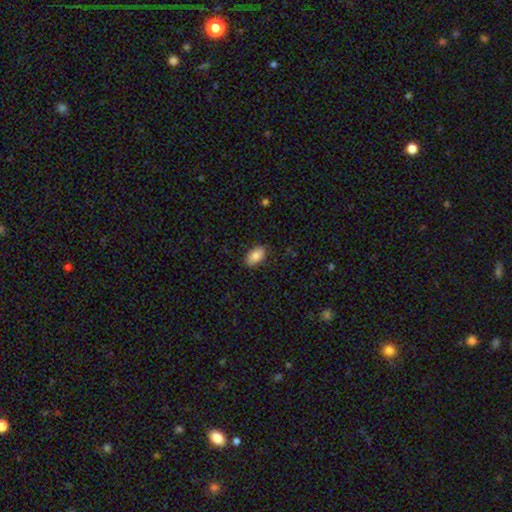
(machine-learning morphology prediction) smooth_or_featured: smooth (p=0.84) [alt: featured or disk p=0.09]
how_rounded: in between (p=0.92) [alt: round p=0.05]
merging: none (p=0.86) [alt: minor disturbance p=0.11]